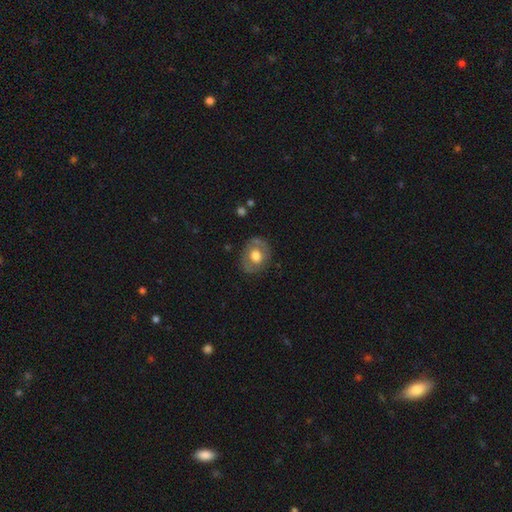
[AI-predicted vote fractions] Morphology: type=smooth (54%); roundness=round (55%); merging=none (76%).